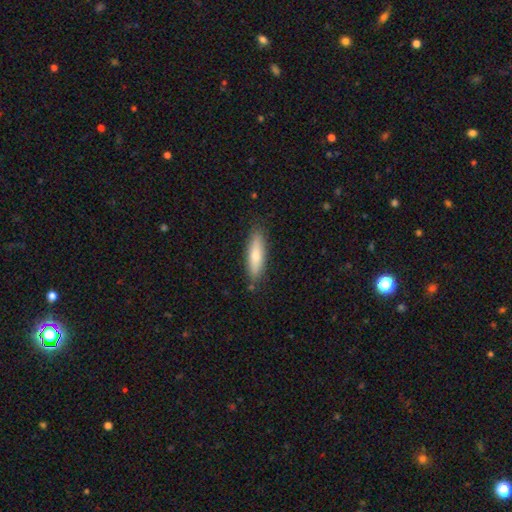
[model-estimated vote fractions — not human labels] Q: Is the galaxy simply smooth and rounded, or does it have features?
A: smooth — 73%.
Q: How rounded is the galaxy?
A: cigar-shaped — 67%.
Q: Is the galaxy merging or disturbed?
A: none — 83%.